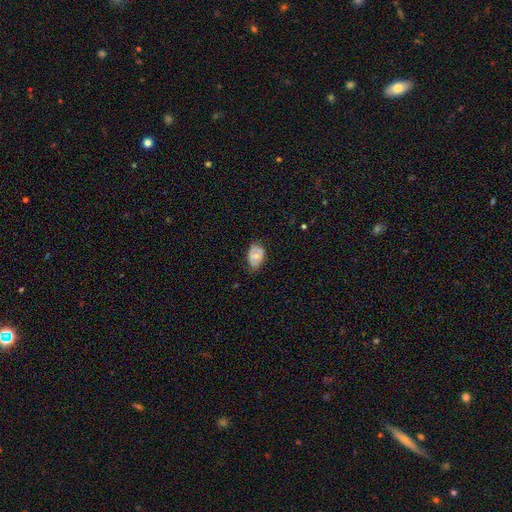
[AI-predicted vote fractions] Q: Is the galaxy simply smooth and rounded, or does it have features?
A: smooth — 59%.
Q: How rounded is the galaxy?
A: in between — 82%.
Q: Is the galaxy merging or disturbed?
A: none — 62%.